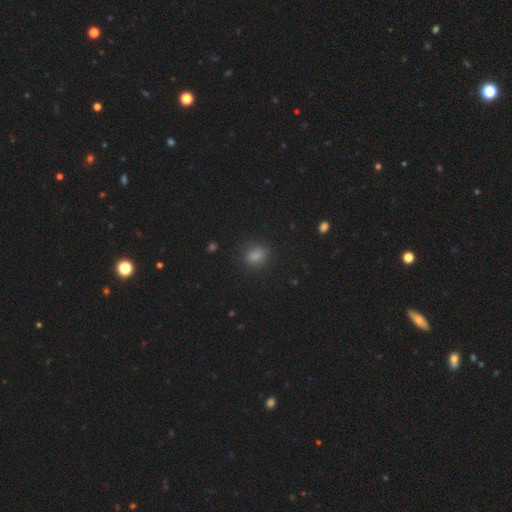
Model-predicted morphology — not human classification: This appears to be a smooth galaxy with no disk features (83%) that is in between round and cigar-shaped (64%). Merging: none (80%).